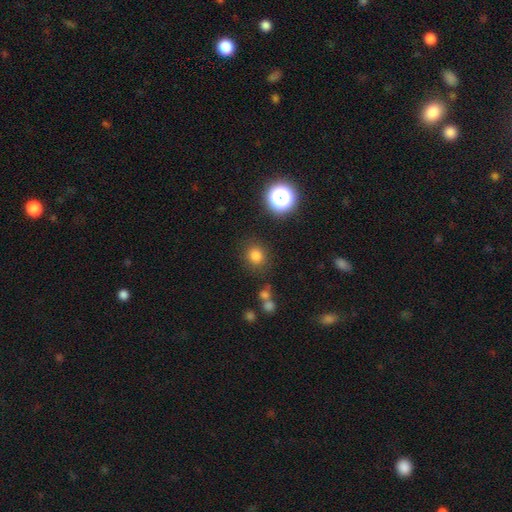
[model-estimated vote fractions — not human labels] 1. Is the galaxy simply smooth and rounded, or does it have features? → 78% smooth, 16% star or artifact, 6% featured or disk.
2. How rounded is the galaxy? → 82% round, 17% in between, 1% cigar-shaped.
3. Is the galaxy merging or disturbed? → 84% none, 9% minor disturbance, 4% major disturbance, 4% merger.